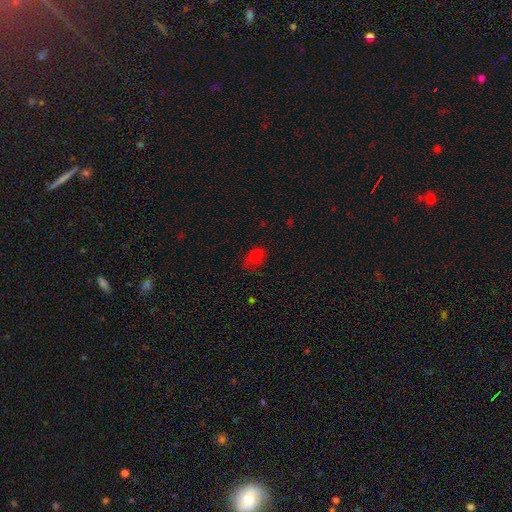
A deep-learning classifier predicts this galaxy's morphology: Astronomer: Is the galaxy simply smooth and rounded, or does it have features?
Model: smooth — 74%.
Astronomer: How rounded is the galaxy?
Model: in between — 82%.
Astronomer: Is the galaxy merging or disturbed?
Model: none — 51% (runner-up: minor disturbance, 31%).